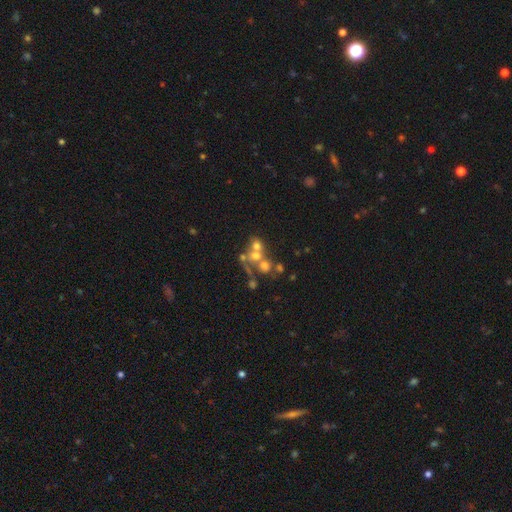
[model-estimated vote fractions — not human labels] This is possibly a smooth galaxy (48%). Merging: possibly merger (54%).